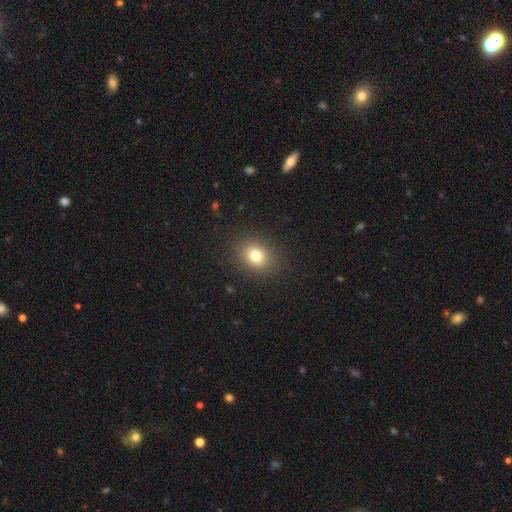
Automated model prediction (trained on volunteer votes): smooth 78%, star or artifact 13%, featured or disk 8%. Down the decision tree: how rounded — round (57%); merging — none (87%).